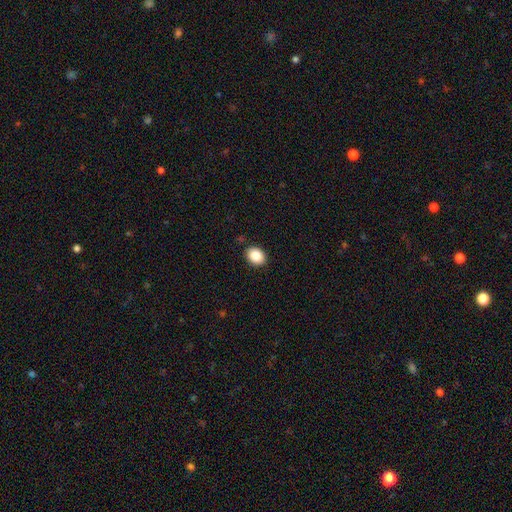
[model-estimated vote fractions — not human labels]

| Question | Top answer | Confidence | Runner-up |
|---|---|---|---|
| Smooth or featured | smooth | 87% | star or artifact (8%) |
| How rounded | in between | 58% | round (42%) |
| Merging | none | 90% | minor disturbance (7%) |